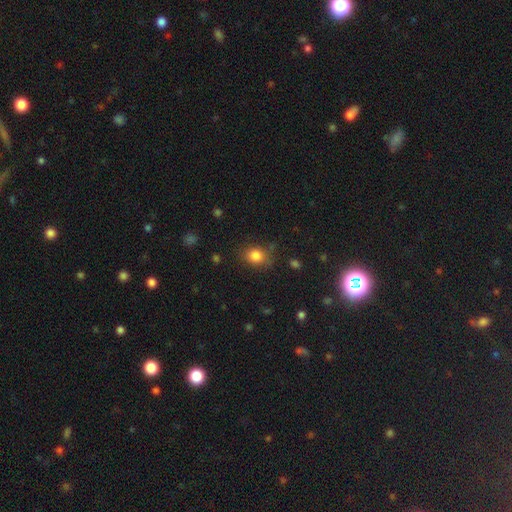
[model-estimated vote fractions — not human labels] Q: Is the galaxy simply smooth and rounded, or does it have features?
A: smooth — 83%.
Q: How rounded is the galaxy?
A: round — 56%.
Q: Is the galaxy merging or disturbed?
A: none — 74%.